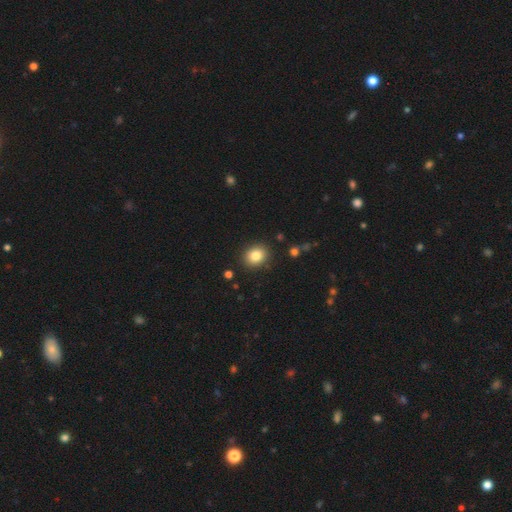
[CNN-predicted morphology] The model was most divided on "how rounded": round: 61%, in between: 39%, cigar-shaped: 1%. More confident: merging — none (89%); smooth or featured — smooth (83%).